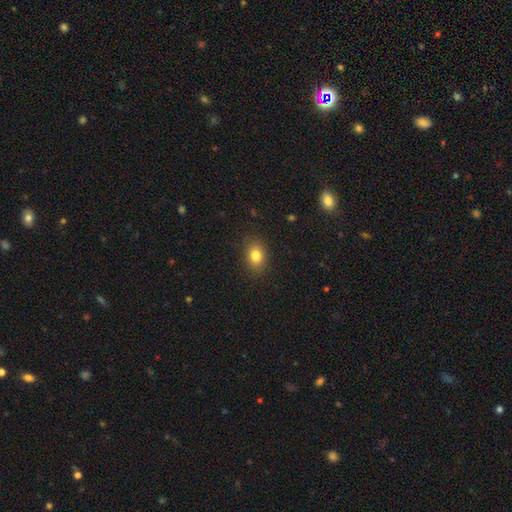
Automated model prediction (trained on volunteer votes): Smooth or featured? smooth (81%)
How rounded? in between (71%)
Merging? none (86%)